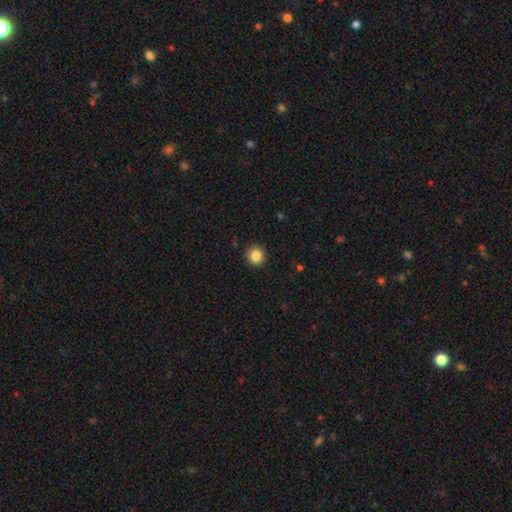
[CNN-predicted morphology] A smooth galaxy with no disk features (85%) that is round (88%). Merging: none (91%).